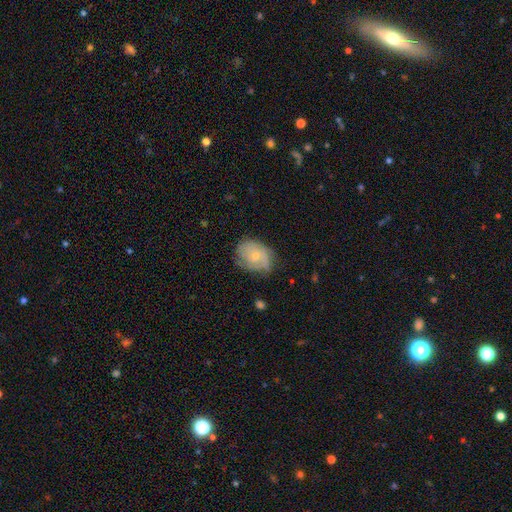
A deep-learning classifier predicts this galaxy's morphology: Smooth or featured? Predicted: featured or disk (p=0.52). Edge-on disk? Predicted: no (p=0.97). Bar? Predicted: no (p=0.78). Spiral arms? Predicted: yes (p=0.81). Bulge size? Predicted: small (p=0.64). Merging? Predicted: none (p=0.63).